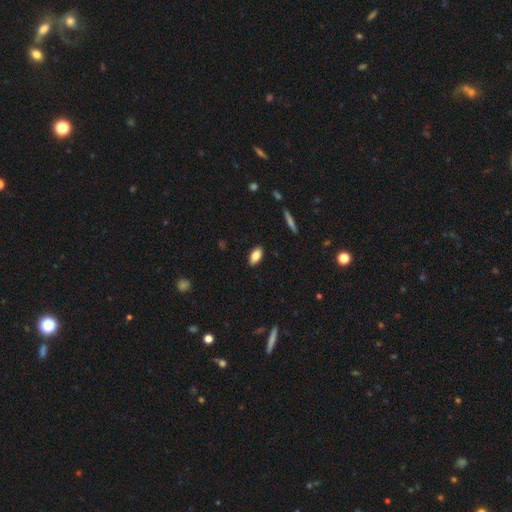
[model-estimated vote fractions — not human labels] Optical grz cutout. It shows a smooth galaxy with no disk features (81%) that is in between round and cigar-shaped (90%). Merging: none (88%).